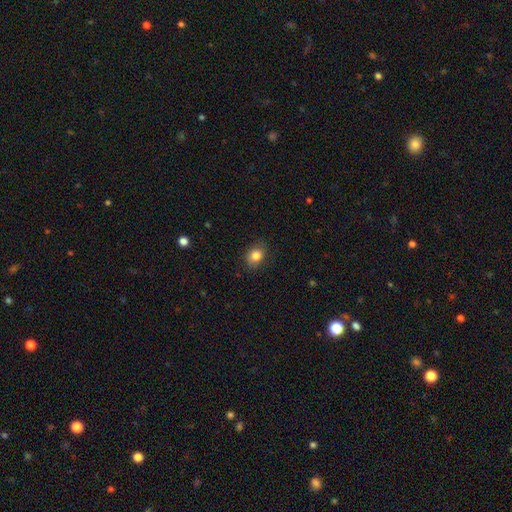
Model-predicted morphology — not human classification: A smooth galaxy with no disk features (83%) that is in between round and cigar-shaped (58%). Merging: none (85%).